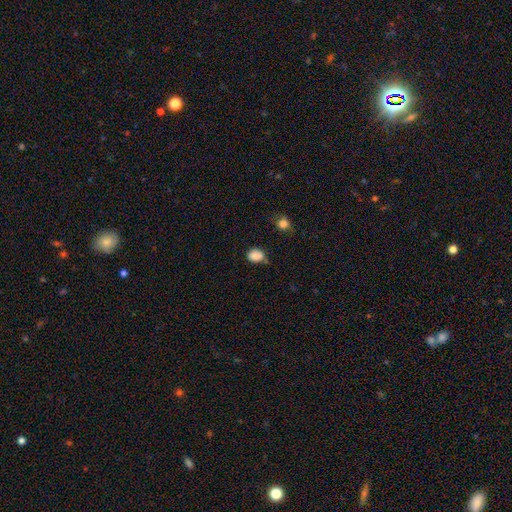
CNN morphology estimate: A smooth galaxy with no disk features (85%) that is in between round and cigar-shaped (53%). Merging: none (59%).